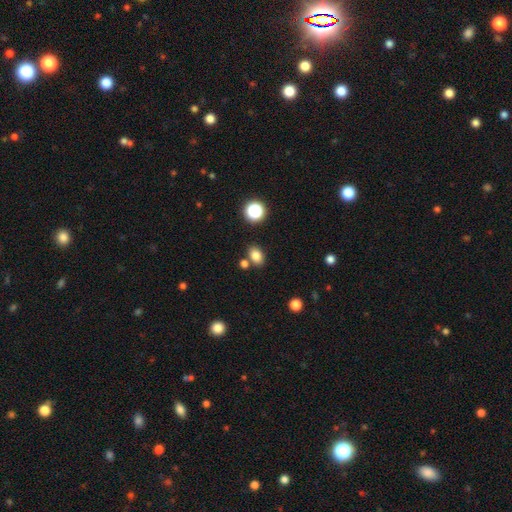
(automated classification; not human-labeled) Smooth or featured?
  - smooth: 81% *
  - star or artifact: 12%
  - featured or disk: 7%
How rounded?
  - in between: 73% *
  - round: 26%
  - cigar-shaped: 1%
Merging?
  - none: 75% *
  - merger: 11%
  - minor disturbance: 11%
  - major disturbance: 3%